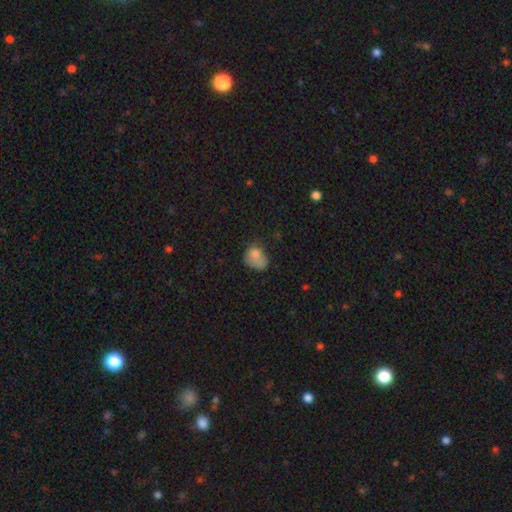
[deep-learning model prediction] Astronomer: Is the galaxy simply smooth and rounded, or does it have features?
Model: smooth — 75%.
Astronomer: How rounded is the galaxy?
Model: in between — 69%.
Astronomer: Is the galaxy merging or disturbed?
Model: minor disturbance — 31% (runner-up: major disturbance, 30%).